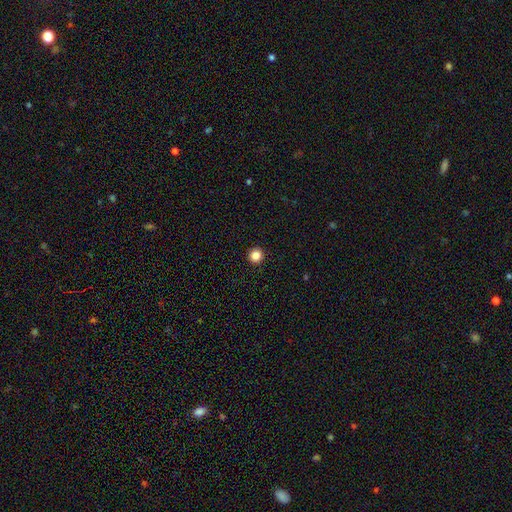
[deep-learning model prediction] smooth 85%, star or artifact 11%, featured or disk 4%. Down the decision tree: how rounded — round (96%); merging — none (94%).